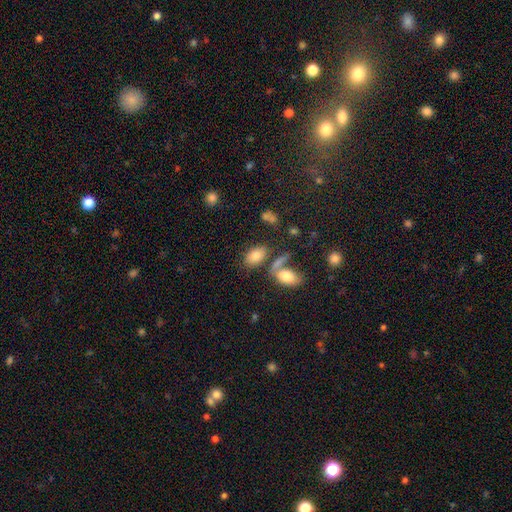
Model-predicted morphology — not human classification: A smooth galaxy with no disk features (80%) that is in between round and cigar-shaped (92%).

Vote fractions:
- Smooth or featured? smooth: 80% / featured or disk: 11% / star or artifact: 9%
- How rounded? in between: 92% / round: 6% / cigar-shaped: 2%
- Merging? none: 56% / merger: 25% / minor disturbance: 13% / major disturbance: 6%